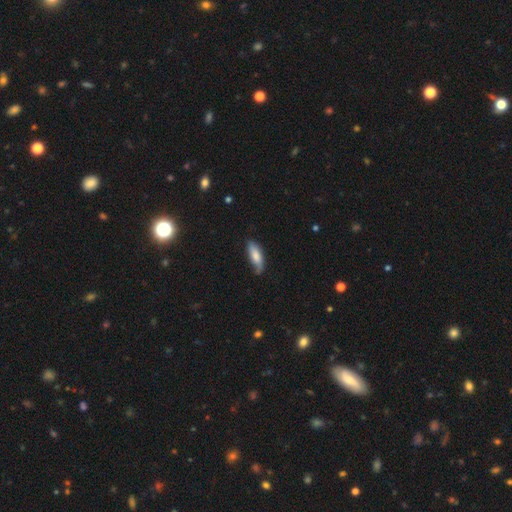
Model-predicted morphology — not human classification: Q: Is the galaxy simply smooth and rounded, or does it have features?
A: smooth — 77%.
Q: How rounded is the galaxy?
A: in between — 65%.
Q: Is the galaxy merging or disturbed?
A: none — 63%.